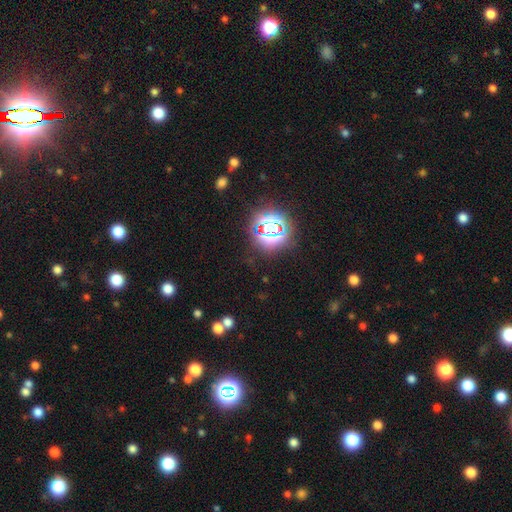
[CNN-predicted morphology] Smooth or featured? star or artifact (77%)